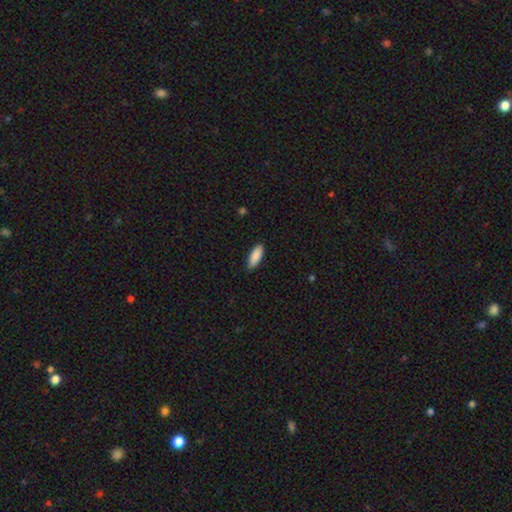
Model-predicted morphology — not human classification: The model was most divided on "how rounded": in between: 74%, cigar-shaped: 25%, round: 2%. More confident: smooth or featured — smooth (90%); merging — none (87%).